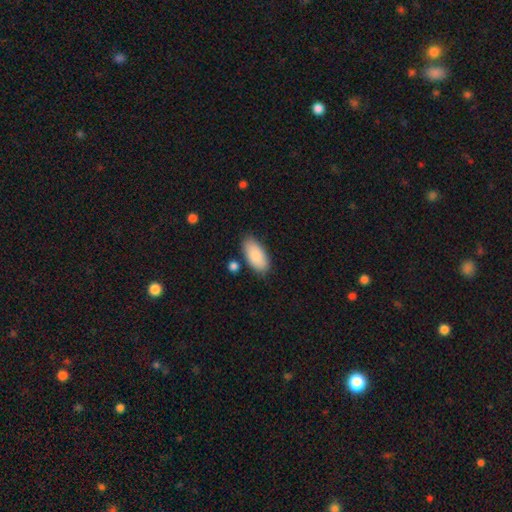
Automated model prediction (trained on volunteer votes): Smooth or featured?
  - smooth: 89% *
  - star or artifact: 6%
  - featured or disk: 5%
How rounded?
  - in between: 91% *
  - cigar-shaped: 6%
  - round: 2%
Merging?
  - none: 79% *
  - minor disturbance: 14%
  - merger: 5%
  - major disturbance: 3%